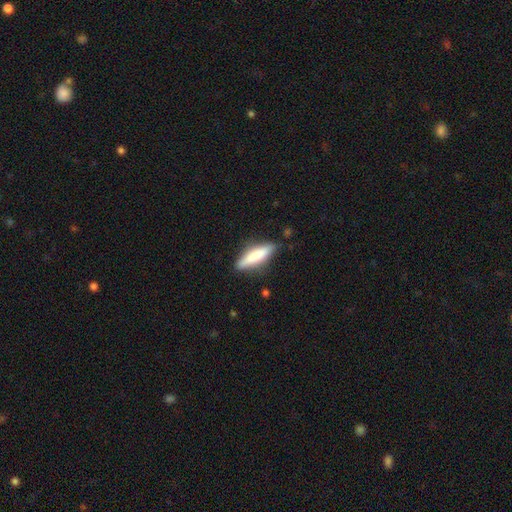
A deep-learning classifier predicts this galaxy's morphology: Smooth or featured: smooth — 69% (featured or disk — 25%)
How rounded: cigar-shaped — 71% (in between — 27%)
Merging: none — 82% (minor disturbance — 13%)